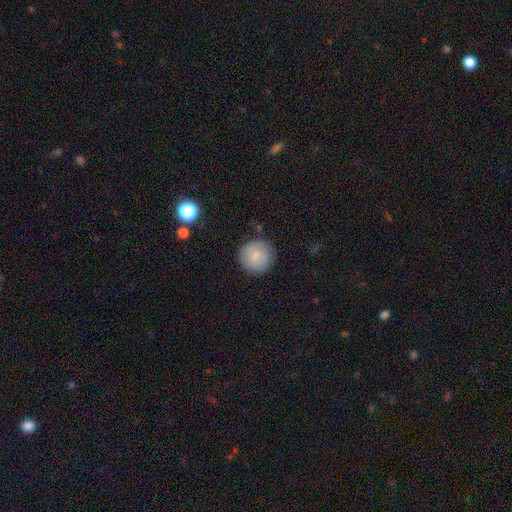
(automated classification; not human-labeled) Smooth or featured? smooth (70%)
How rounded? round (94%)
Merging? none (84%)